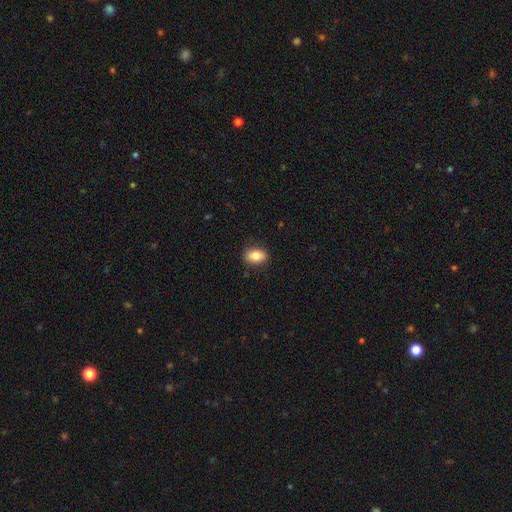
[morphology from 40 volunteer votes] smooth-or-featured: smooth: 88% | featured or disk: 8% | star or artifact: 5%
  how-rounded: in between: 80% | round: 20% | cigar-shaped: 0%
  merging: none: 92% | minor disturbance: 5% | major disturbance: 3% | merger: 0%